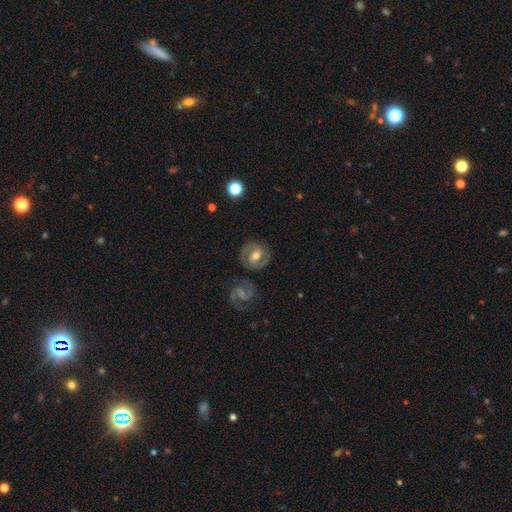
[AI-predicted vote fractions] smooth-or-featured: featured or disk: 69% | smooth: 23% | star or artifact: 7%
  disk-edge-on: no: 96% | yes: 4%
    bar: weak: 41% | strong: 30% | no: 29%
    has-spiral-arms: yes: 84% | no: 16%
      spiral-winding: medium: 46% | tight: 43% | loose: 11%
      spiral-arm-count: 2: 85% | can't tell: 8% | 1: 3% | 3: 2% | 4: 1% | more than 4: 1%
    bulge-size: moderate: 68% | small: 20% | large: 9% | none: 2% | dominant: 1%
  merging: none: 79% | minor disturbance: 12% | merger: 5% | major disturbance: 4%